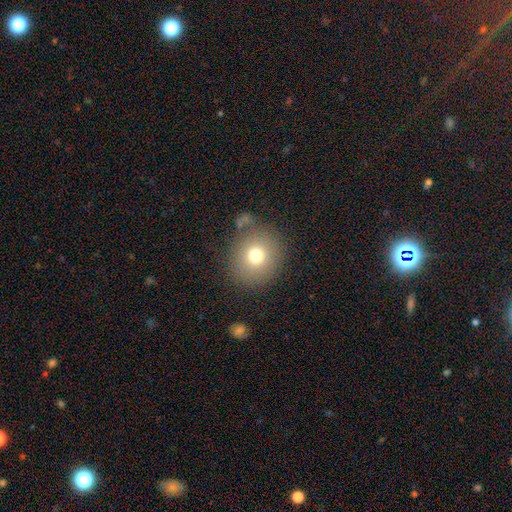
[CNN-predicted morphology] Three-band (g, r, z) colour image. It shows a smooth galaxy with no disk features (75%) that is round (86%). Merging: none (79%).